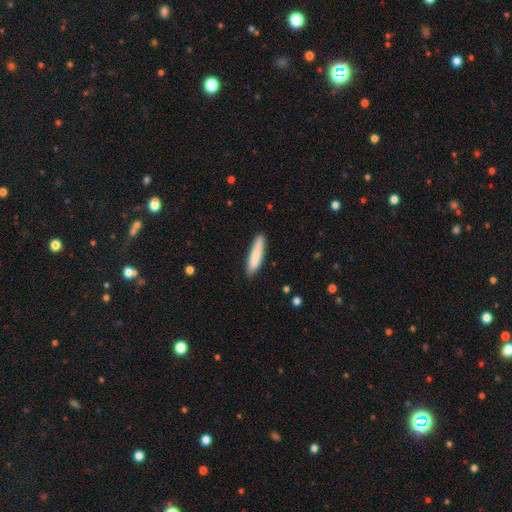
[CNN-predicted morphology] This appears to be a smooth galaxy with no disk features (83%) that is cigar-shaped (84%). Merging: none (85%).